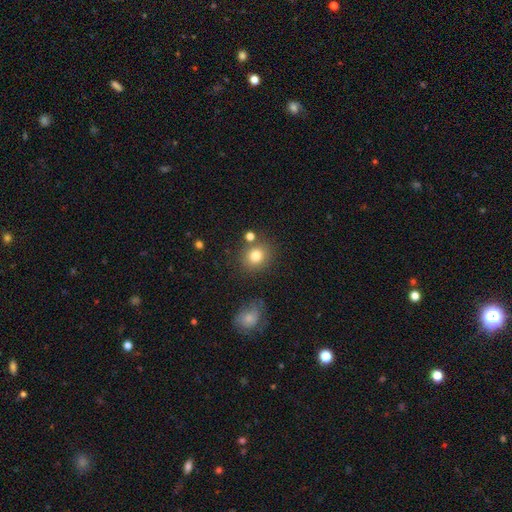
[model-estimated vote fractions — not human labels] Smooth or featured?
  - smooth: 80% *
  - star or artifact: 12%
  - featured or disk: 8%
How rounded?
  - round: 73% *
  - in between: 26%
  - cigar-shaped: 1%
Merging?
  - none: 76% *
  - minor disturbance: 11%
  - merger: 9%
  - major disturbance: 4%